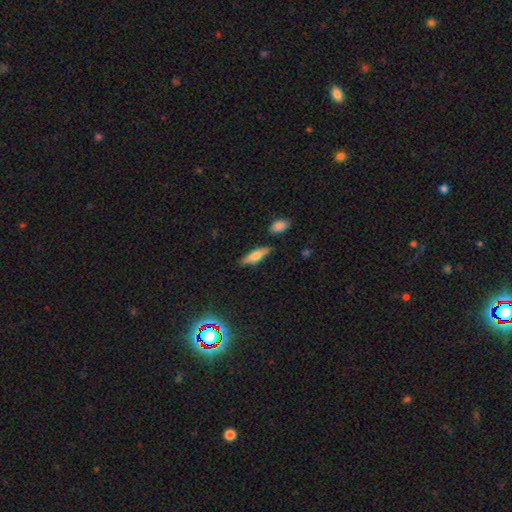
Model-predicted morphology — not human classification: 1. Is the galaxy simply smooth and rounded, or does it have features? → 60% smooth, 31% featured or disk, 8% star or artifact.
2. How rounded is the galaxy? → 56% cigar-shaped, 42% in between, 3% round.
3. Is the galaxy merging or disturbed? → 80% none, 13% minor disturbance, 3% merger, 3% major disturbance.